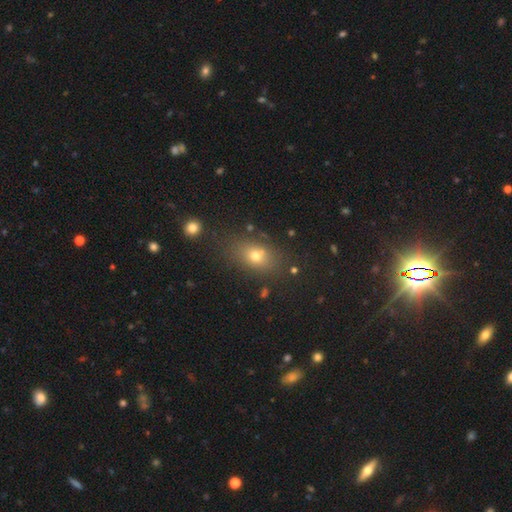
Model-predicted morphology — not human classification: Smooth or featured: smooth — 68% (star or artifact — 18%)
How rounded: in between — 69% (round — 27%)
Merging: none — 79% (minor disturbance — 13%)